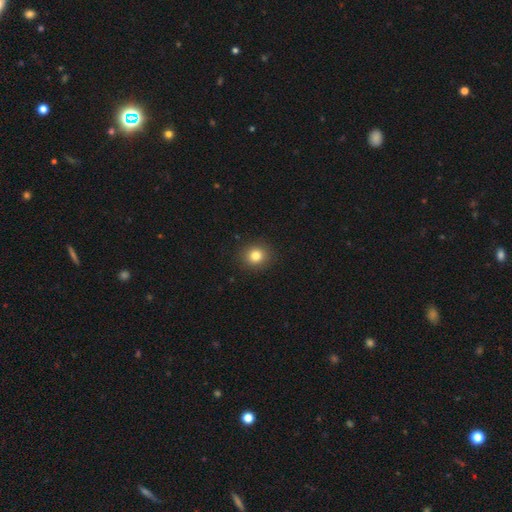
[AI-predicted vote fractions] This is clearly a smooth galaxy (81%). How rounded: clearly round (82%). Merging: clearly none (91%).